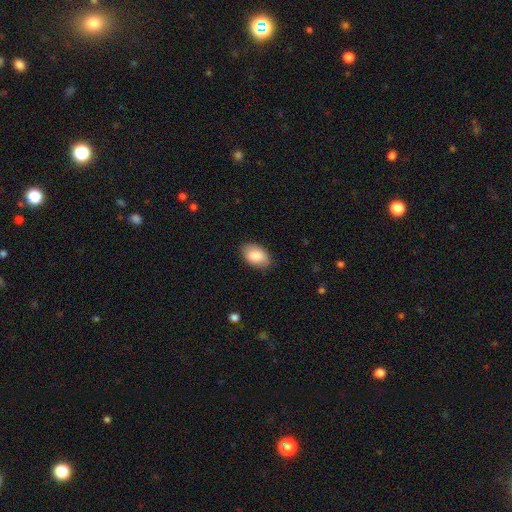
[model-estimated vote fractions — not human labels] Smooth or featured? Predicted: smooth (p=0.84). How rounded? Predicted: in between (p=0.92). Merging? Predicted: none (p=0.85).